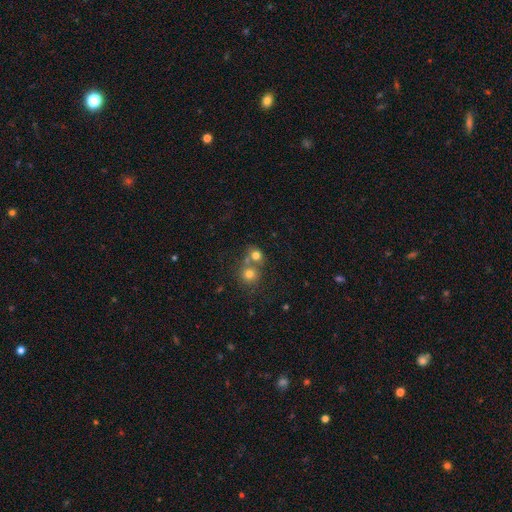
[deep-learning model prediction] smooth-or-featured: smooth: 74% | star or artifact: 15% | featured or disk: 12%
  how-rounded: round: 80% | in between: 19% | cigar-shaped: 1%
  merging: merger: 45% | none: 44% | minor disturbance: 7% | major disturbance: 3%